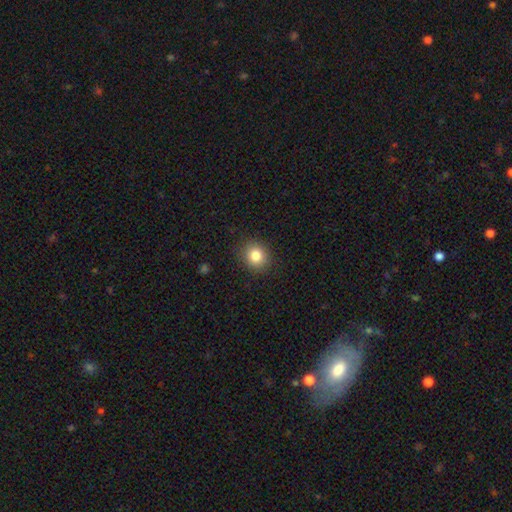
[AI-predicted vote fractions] Smooth or featured? smooth (83%)
How rounded? round (78%)
Merging? none (89%)